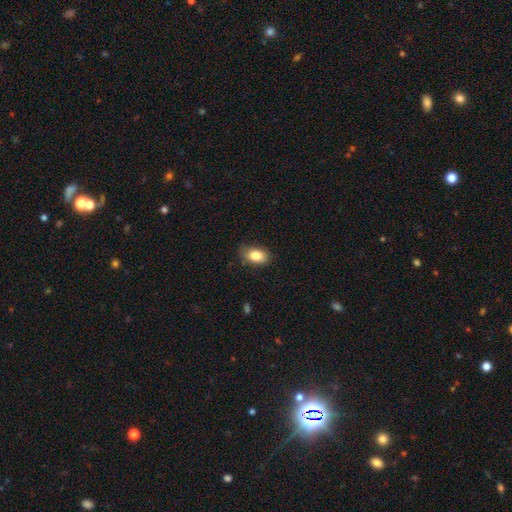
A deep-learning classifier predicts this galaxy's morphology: Smooth or featured: smooth — 84% (featured or disk — 9%)
How rounded: in between — 87% (round — 11%)
Merging: none — 79% (minor disturbance — 17%)